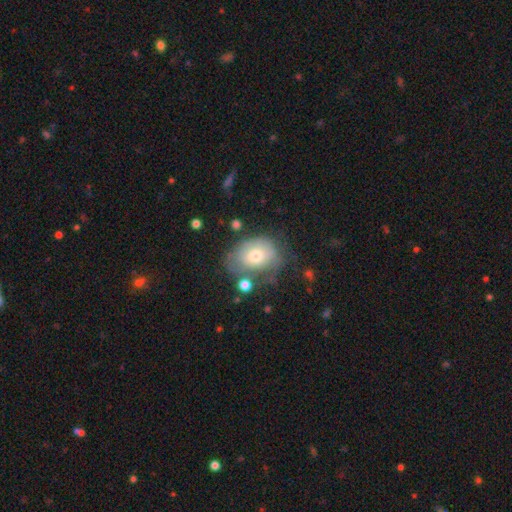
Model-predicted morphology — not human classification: The model was most divided on "merging": none: 47%, minor disturbance: 29%, major disturbance: 17%, merger: 7%. More confident: how rounded — in between (68%); smooth or featured — smooth (62%).